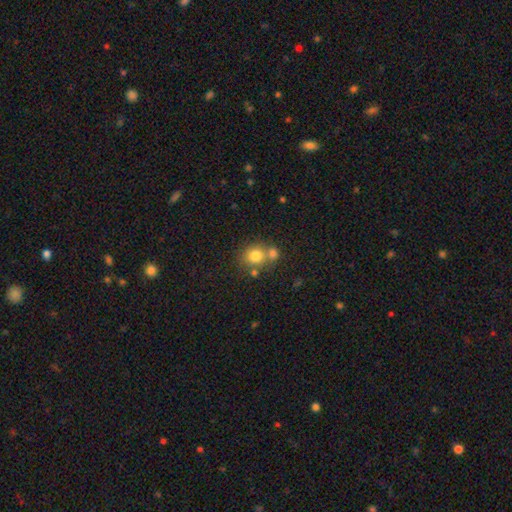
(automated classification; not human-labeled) This appears to be a smooth galaxy with no disk features (78%) that is round (81%). Merging: none (52%).